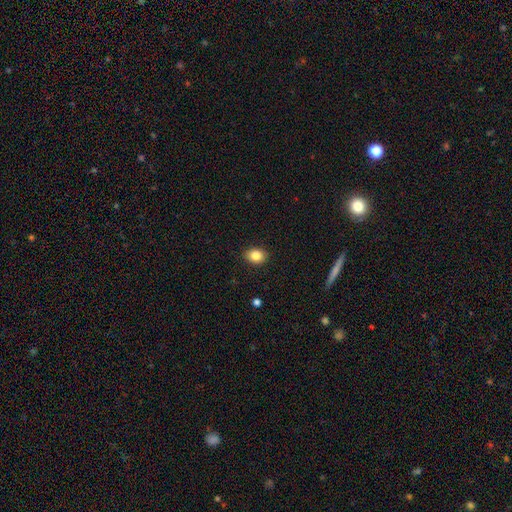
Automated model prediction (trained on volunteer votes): This is clearly a smooth galaxy (85%). How rounded: possibly in between (60%). Merging: clearly none (89%).